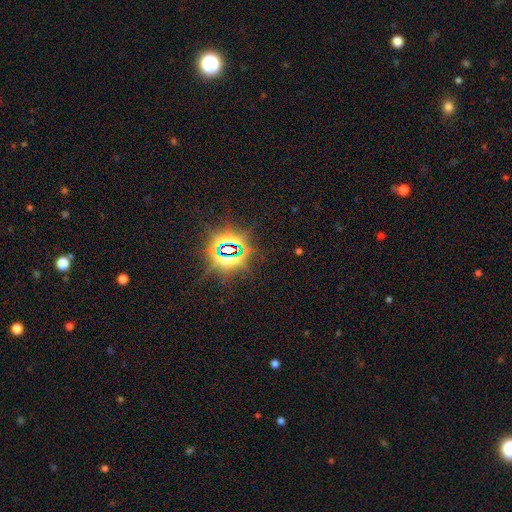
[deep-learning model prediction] This is clearly a star or artifact rather than a galaxy (83%).